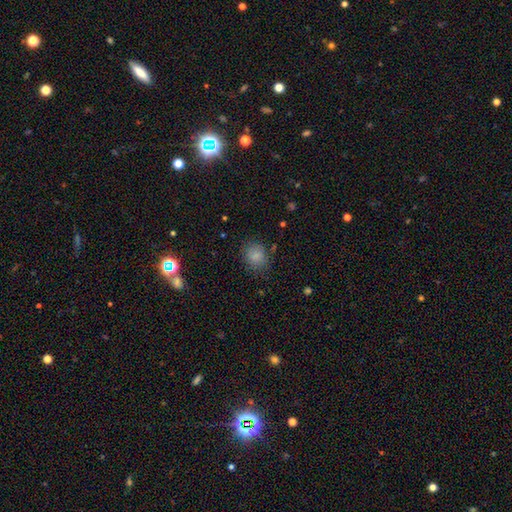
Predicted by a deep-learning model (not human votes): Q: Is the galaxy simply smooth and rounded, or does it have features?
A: smooth — 83%.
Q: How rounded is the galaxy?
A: round — 73%.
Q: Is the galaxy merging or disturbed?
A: none — 79%.